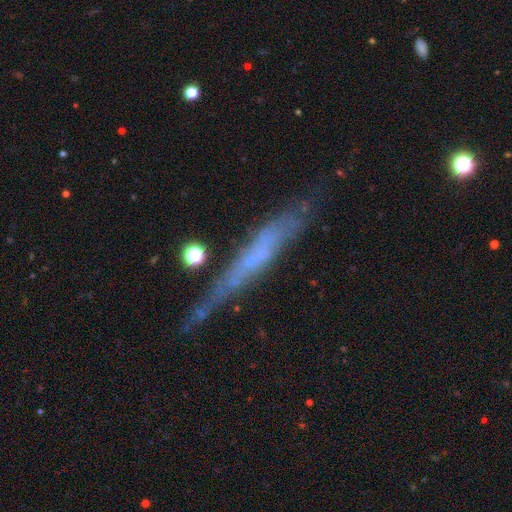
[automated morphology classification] smooth-or-featured: featured or disk: 60% | smooth: 31% | star or artifact: 10%
  disk-edge-on: yes: 79% | no: 21%
  merging: none: 65% | minor disturbance: 23% | major disturbance: 8% | merger: 4%